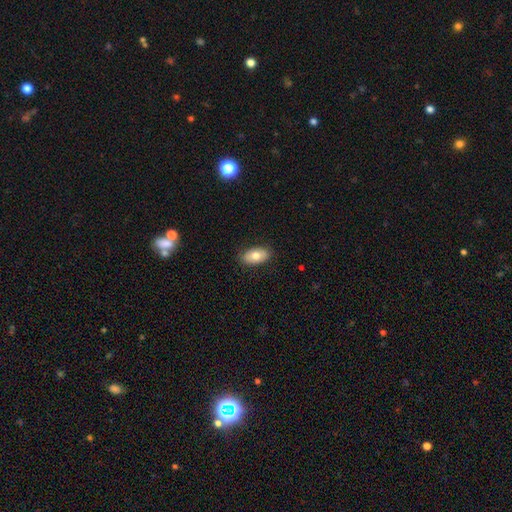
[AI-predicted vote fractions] Smooth or featured: smooth — 75% (featured or disk — 18%)
How rounded: in between — 93% (round — 5%)
Merging: none — 86% (minor disturbance — 11%)